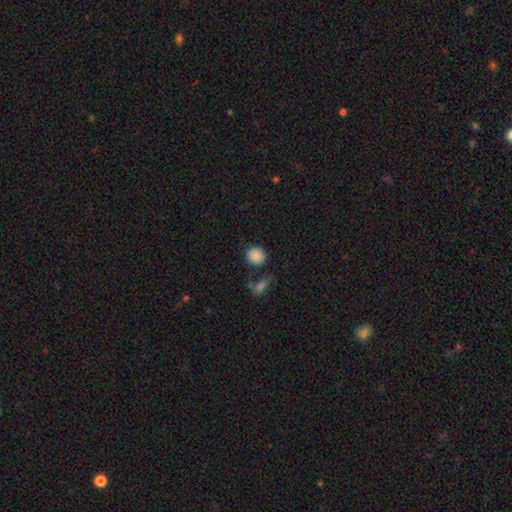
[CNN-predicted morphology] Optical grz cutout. It shows a smooth galaxy with no disk features (88%) that is round (83%). Merging: none (78%).